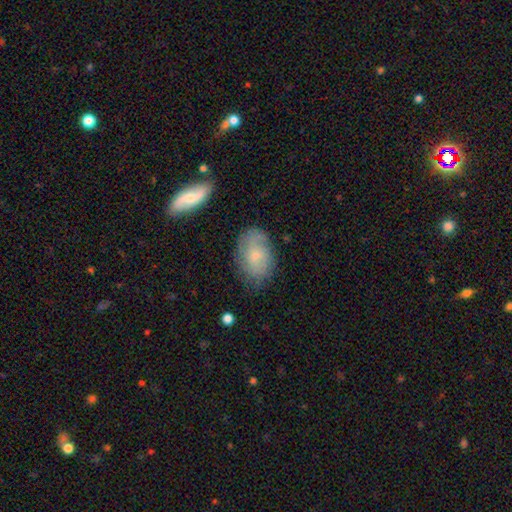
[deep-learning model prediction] This appears to be a smooth galaxy with no disk features (47%). Merging: none (67%).